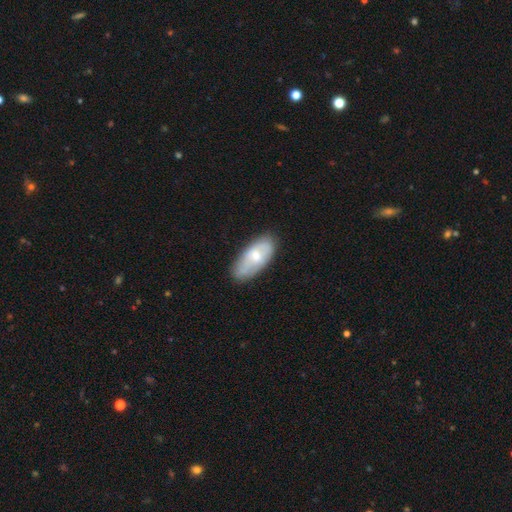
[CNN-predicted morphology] This appears to be a smooth galaxy with no disk features (60%) that is in between round and cigar-shaped (90%). Merging: none (69%).